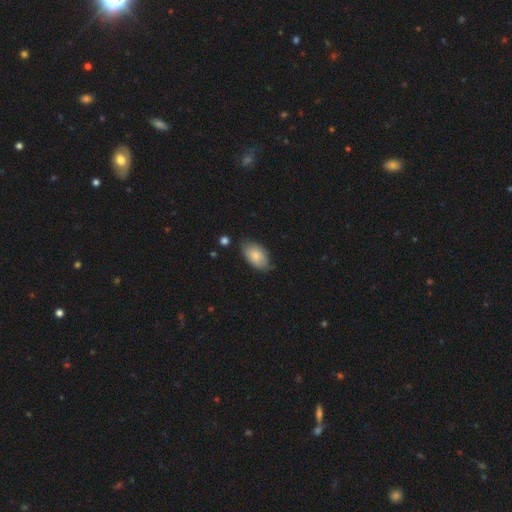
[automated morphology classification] Q: Smooth or featured?
A: smooth (81%); runner-up: featured or disk (13%)
Q: How rounded?
A: in between (94%); runner-up: round (5%)
Q: Merging?
A: none (69%); runner-up: minor disturbance (25%)